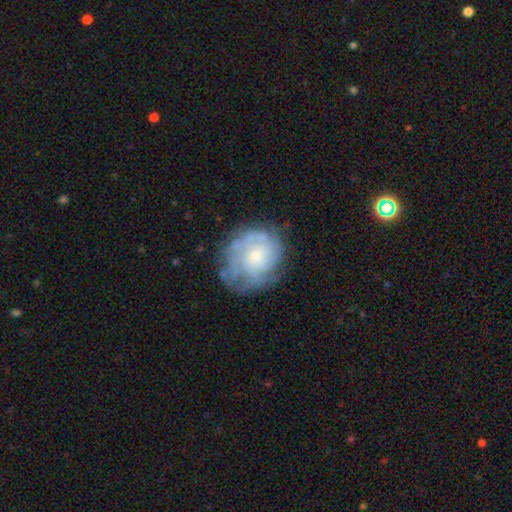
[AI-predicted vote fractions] A featured or disk galaxy (68%) with no bar (78%), tight (62%) spiral arms (82%) and a small central bulge (61%). Merging: none (68%).